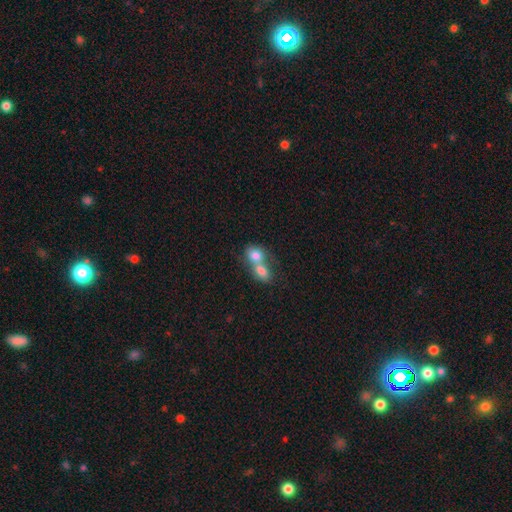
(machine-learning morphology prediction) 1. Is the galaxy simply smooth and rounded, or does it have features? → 77% smooth, 14% featured or disk, 8% star or artifact.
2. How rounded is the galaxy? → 55% in between, 43% round, 2% cigar-shaped.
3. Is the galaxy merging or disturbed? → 76% merger, 16% none, 5% minor disturbance, 3% major disturbance.